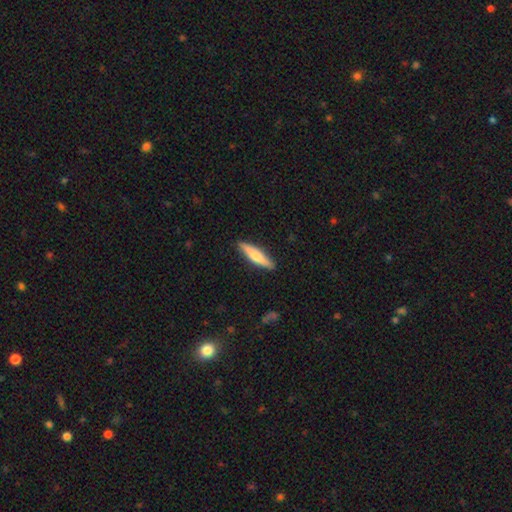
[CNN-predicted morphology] smooth 57%, featured or disk 38%, star or artifact 5%. Down the decision tree: how rounded — cigar-shaped (81%); merging — none (89%).